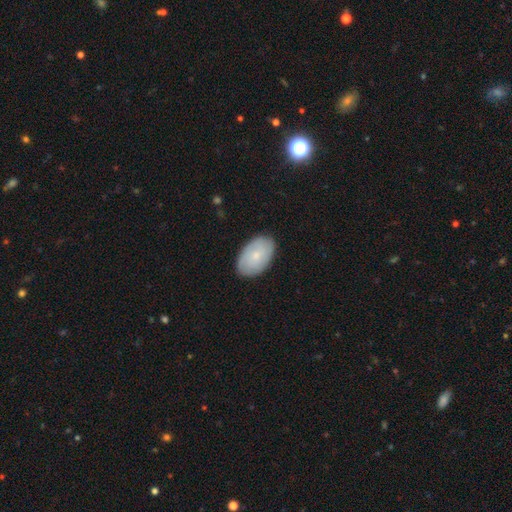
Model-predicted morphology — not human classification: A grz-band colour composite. It shows a smooth galaxy with no disk features (63%) that is in between round and cigar-shaped (92%). Merging: none (86%).